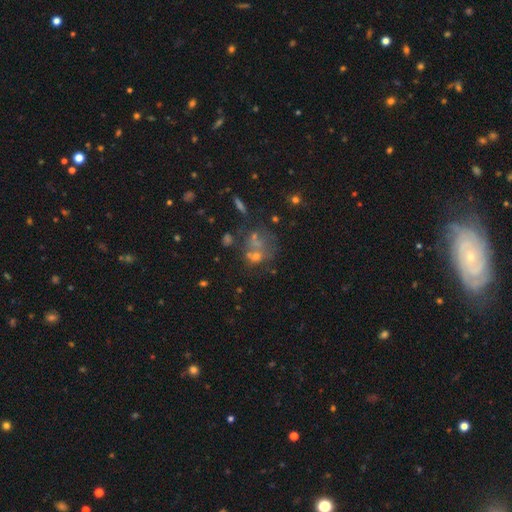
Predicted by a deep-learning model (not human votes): Smooth or featured? smooth (39%)
Merging? none (37%)